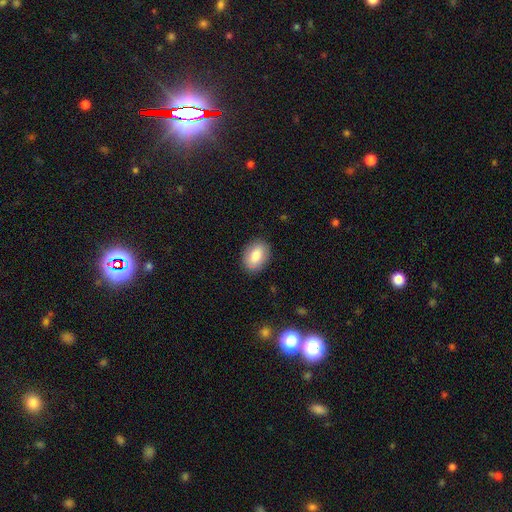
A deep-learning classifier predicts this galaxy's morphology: type=smooth (83%); roundness=in between (81%); merging=none (87%).